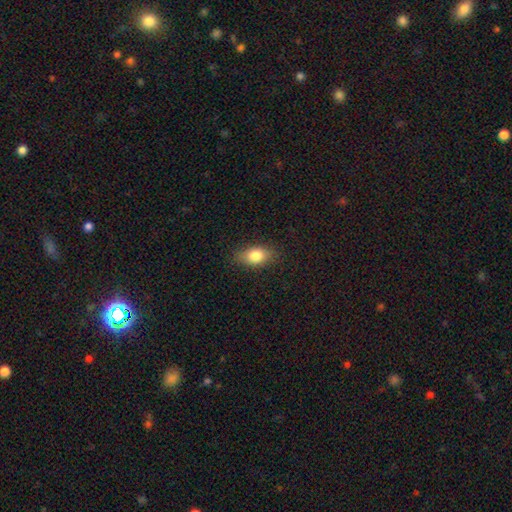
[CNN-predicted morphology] Smooth or featured?
  - smooth: 80% *
  - featured or disk: 11%
  - star or artifact: 8%
How rounded?
  - in between: 83% *
  - round: 11%
  - cigar-shaped: 5%
Merging?
  - none: 85% *
  - minor disturbance: 12%
  - major disturbance: 3%
  - merger: 1%